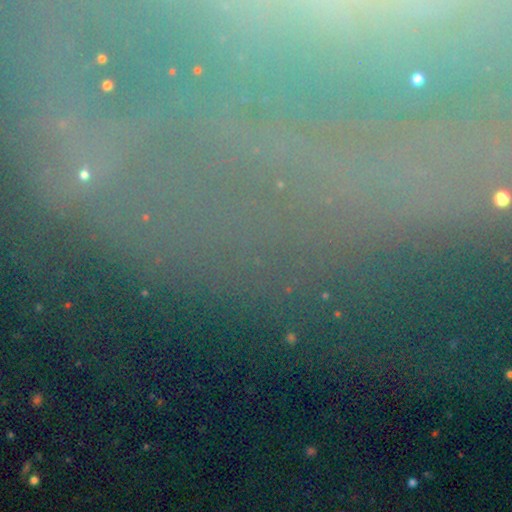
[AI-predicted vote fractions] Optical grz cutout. It shows a star or artifact, not a galaxy (68%).